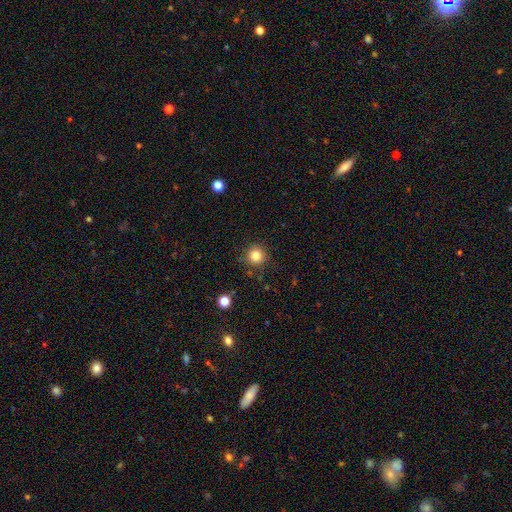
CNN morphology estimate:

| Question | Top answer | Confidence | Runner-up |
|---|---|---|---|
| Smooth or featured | smooth | 83% | star or artifact (12%) |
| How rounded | round | 94% | in between (5%) |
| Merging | none | 88% | minor disturbance (8%) |